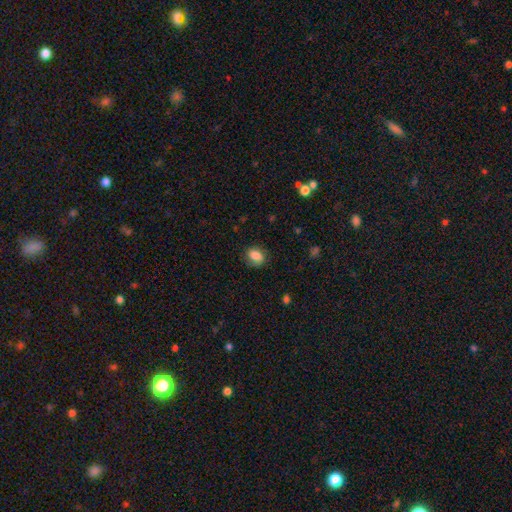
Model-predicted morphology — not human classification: smooth 80%, featured or disk 11%, star or artifact 9%. Down the decision tree: how rounded — in between (63%); merging — none (75%).